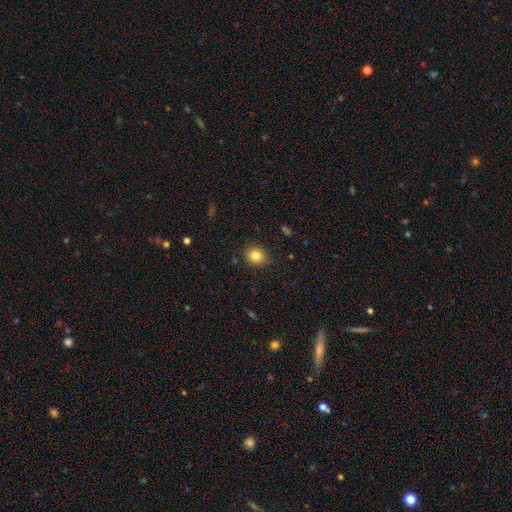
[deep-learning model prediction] A smooth galaxy with no disk features (82%) that is round (71%). Merging: none (87%).